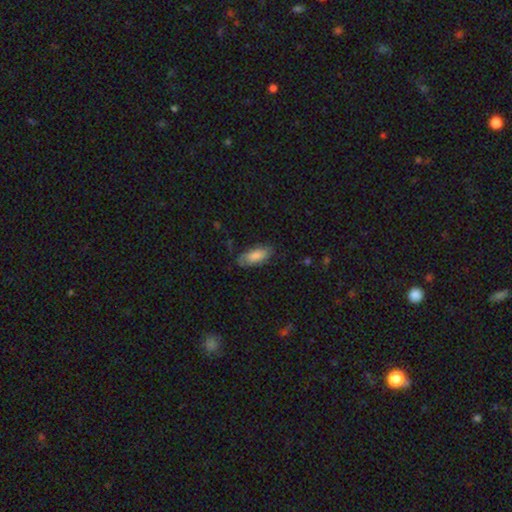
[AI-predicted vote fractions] Smooth or featured? Predicted: smooth (p=0.77). How rounded? Predicted: in between (p=0.86). Merging? Predicted: none (p=0.73).